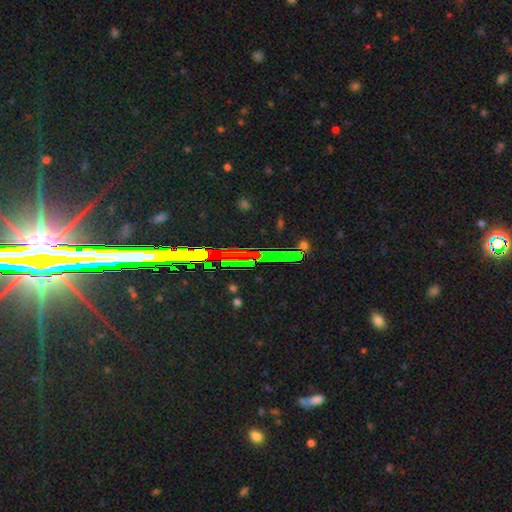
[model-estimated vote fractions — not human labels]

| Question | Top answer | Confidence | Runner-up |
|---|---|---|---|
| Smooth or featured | star or artifact | 71% | featured or disk (20%) |